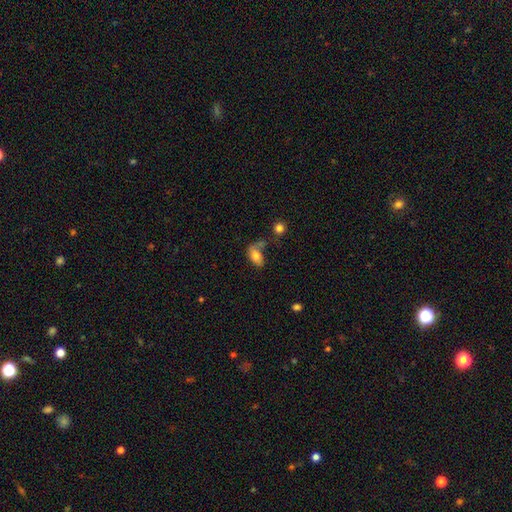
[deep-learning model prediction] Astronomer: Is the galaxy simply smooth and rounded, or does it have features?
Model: smooth — 76%.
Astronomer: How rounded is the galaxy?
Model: in between — 90%.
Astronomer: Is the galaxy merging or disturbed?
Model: none — 42% (runner-up: minor disturbance, 24%).